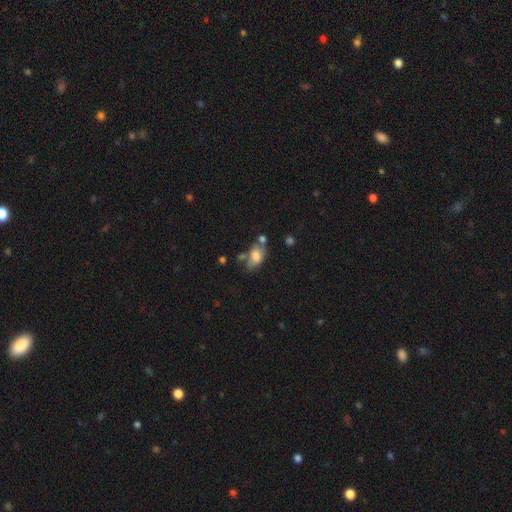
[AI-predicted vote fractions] Smooth or featured? smooth (61%)
How rounded? in between (88%)
Merging? none (38%)